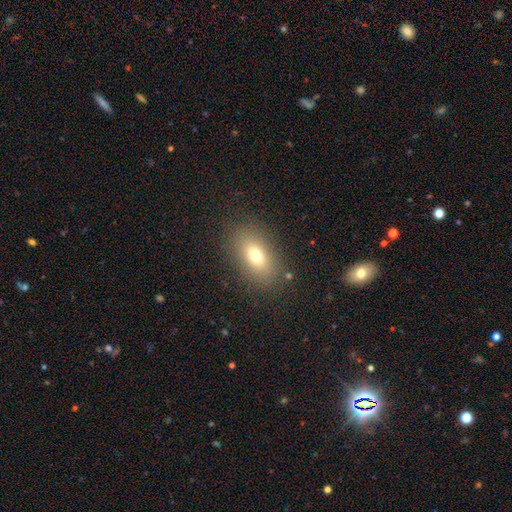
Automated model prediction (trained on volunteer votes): This is likely a smooth galaxy (72%). How rounded: clearly in between (85%). Merging: clearly none (85%).